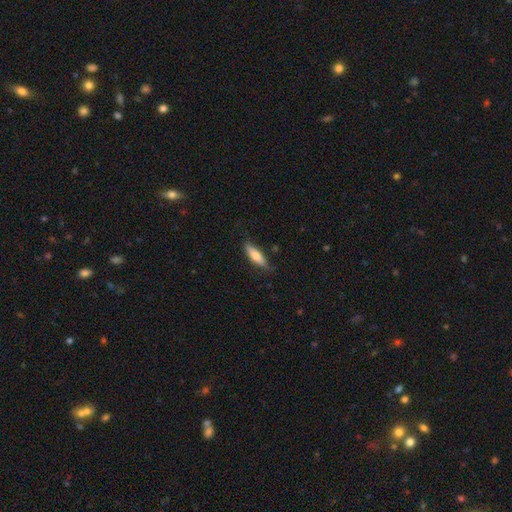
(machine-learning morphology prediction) A smooth galaxy with no disk features (71%) that is cigar-shaped (59%). Merging: none (77%).